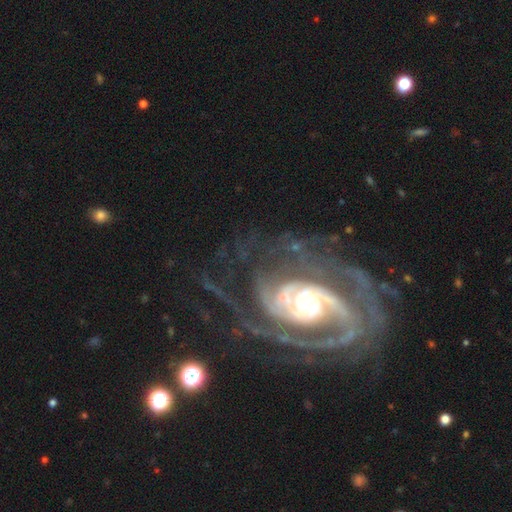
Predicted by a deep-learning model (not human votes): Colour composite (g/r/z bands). It shows a featured or disk galaxy (91%) with no bar (49%), 2 (37%) tight (64%) spiral arms (97%) and a moderate central bulge (58%). Merging: none (66%).